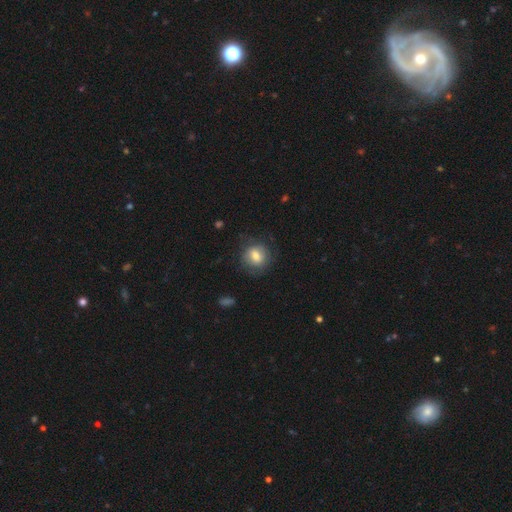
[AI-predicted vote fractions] Q: Smooth or featured?
A: smooth (74%); runner-up: featured or disk (18%)
Q: How rounded?
A: round (77%); runner-up: in between (22%)
Q: Merging?
A: none (73%); runner-up: minor disturbance (18%)